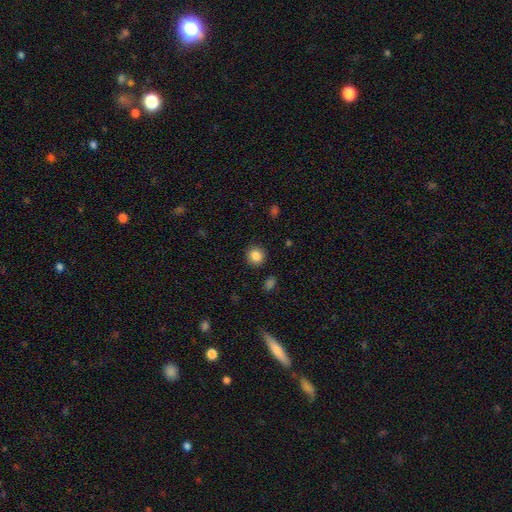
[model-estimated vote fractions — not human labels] Smooth or featured?
  - smooth: 85% *
  - star or artifact: 10%
  - featured or disk: 5%
How rounded?
  - round: 90% *
  - in between: 9%
  - cigar-shaped: 1%
Merging?
  - none: 90% *
  - minor disturbance: 6%
  - major disturbance: 2%
  - merger: 1%